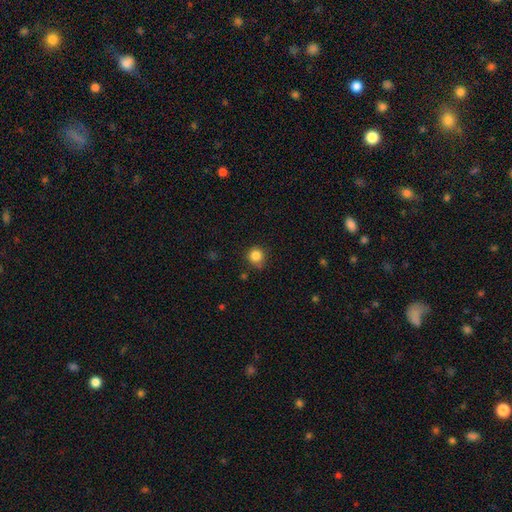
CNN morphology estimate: smooth 85%, star or artifact 11%, featured or disk 4%. Down the decision tree: how rounded — round (91%); merging — none (79%).